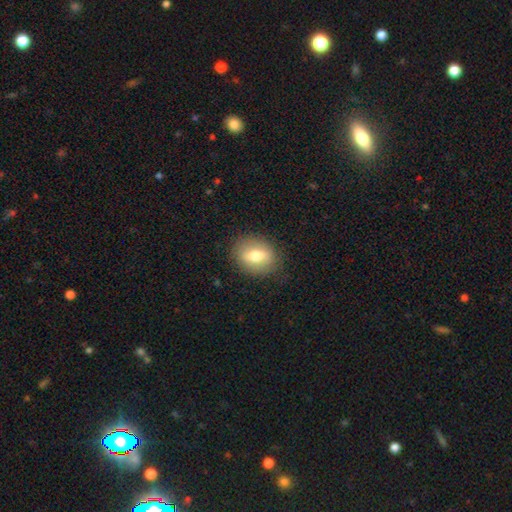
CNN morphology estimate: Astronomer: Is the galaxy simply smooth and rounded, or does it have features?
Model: smooth — 63%.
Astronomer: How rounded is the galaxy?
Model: in between — 61% (runner-up: round, 37%).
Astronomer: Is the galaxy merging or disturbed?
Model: none — 84%.